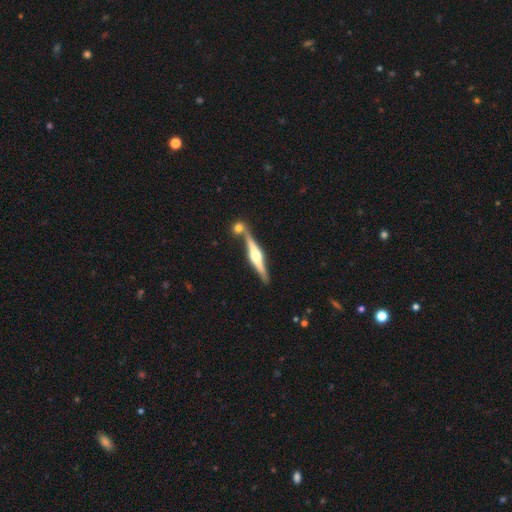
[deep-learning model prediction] A featured or disk galaxy (78%) viewed edge-on (97%) with a rounded central bulge (90%).

Vote fractions:
- Smooth or featured? featured or disk: 78% / smooth: 17% / star or artifact: 5%
- Edge-on disk? yes: 97% / no: 3%
- Edge-on bulge? rounded: 90% / boxy: 7% / none: 3%
- Merging? none: 70% / merger: 18% / minor disturbance: 9% / major disturbance: 3%